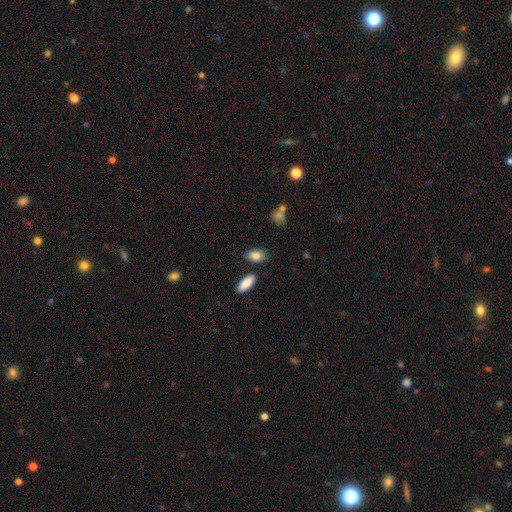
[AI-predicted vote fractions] A smooth galaxy with no disk features (86%) that is in between round and cigar-shaped (89%). Merging: none (78%).